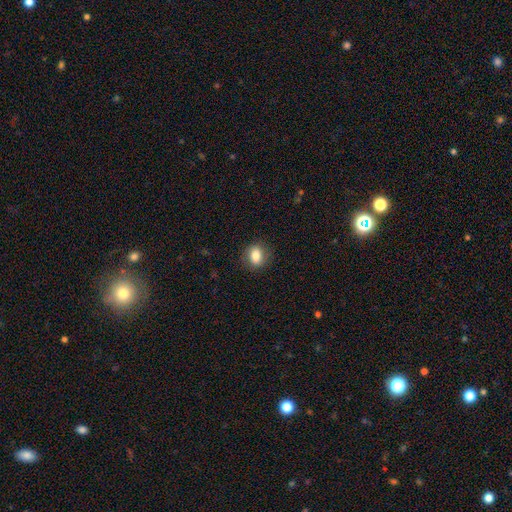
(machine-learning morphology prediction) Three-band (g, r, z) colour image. It shows a smooth galaxy with no disk features (81%) that is in between round and cigar-shaped (55%). Merging: none (85%).